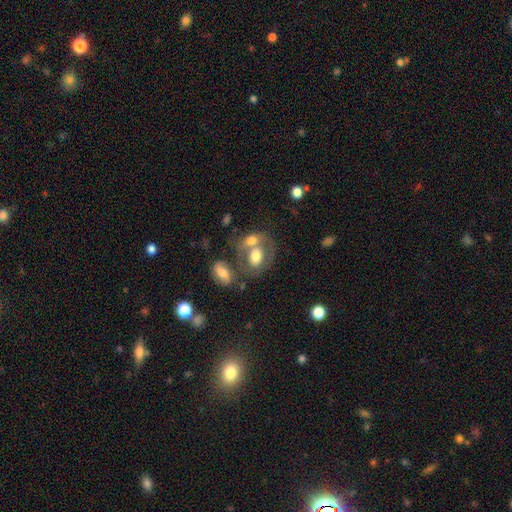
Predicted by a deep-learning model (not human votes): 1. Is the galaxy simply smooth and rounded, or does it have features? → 58% smooth, 34% featured or disk, 9% star or artifact.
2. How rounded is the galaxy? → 69% in between, 30% round, 2% cigar-shaped.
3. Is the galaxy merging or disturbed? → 49% merger, 31% none, 12% minor disturbance, 8% major disturbance.